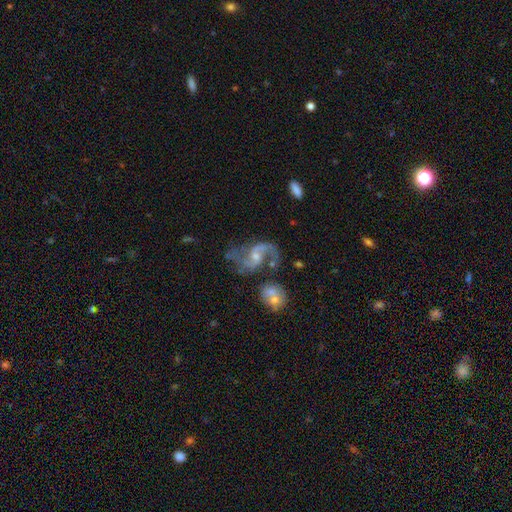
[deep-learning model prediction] smooth-or-featured: featured or disk: 87% | star or artifact: 7% | smooth: 6%
  disk-edge-on: no: 98% | yes: 2%
    bar: weak: 46% | no: 40% | strong: 13%
    has-spiral-arms: yes: 94% | no: 6%
      spiral-winding: loose: 62% | medium: 32% | tight: 6%
      spiral-arm-count: 2: 86% | 1: 7% | can't tell: 3% | 3: 2% | 4: 1% | more than 4: 1%
    bulge-size: small: 54% | moderate: 36% | none: 7% | large: 2% | dominant: 1%
  merging: none: 47% | major disturbance: 20% | minor disturbance: 18% | merger: 14%